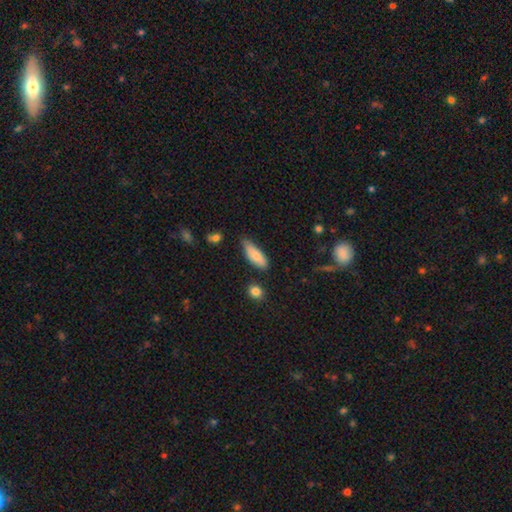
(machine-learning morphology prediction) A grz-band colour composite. It shows a smooth galaxy with no disk features (80%) that is in between round and cigar-shaped (66%). Merging: none (57%).